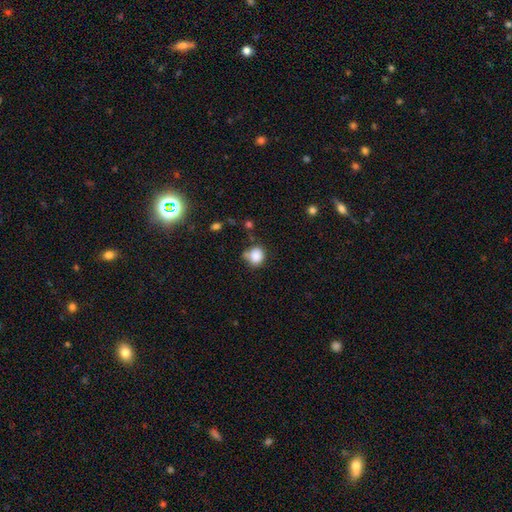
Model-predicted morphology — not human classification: type=smooth (85%); roundness=round (78%); merging=none (58%).